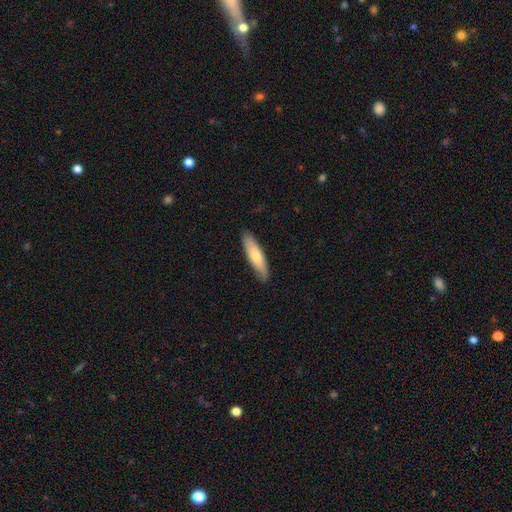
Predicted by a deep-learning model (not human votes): smooth_or_featured: smooth (p=0.69) [alt: featured or disk p=0.26]
how_rounded: cigar-shaped (p=0.72) [alt: in between p=0.27]
merging: none (p=0.87) [alt: minor disturbance p=0.10]